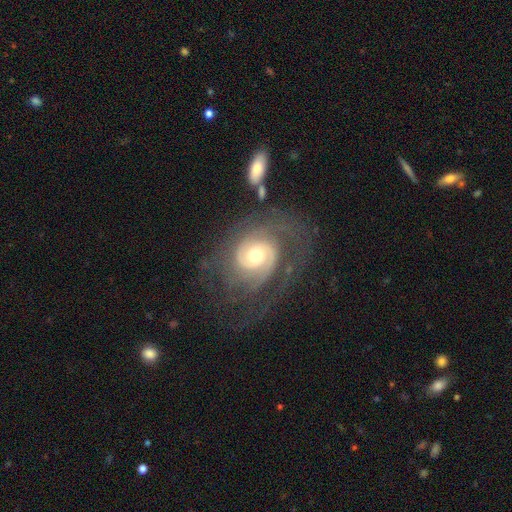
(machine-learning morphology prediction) Overall: featured or disk (89%). Edge-on disk: no (97%). Bar: no (67%). Spiral arms: yes (97%). Spiral arm count: 2 (53%; can't tell 18%). Spiral winding: tight (62%; medium 30%). Bulge size: moderate (60%; small 32%). Merging: none (58%; major disturbance 19%).